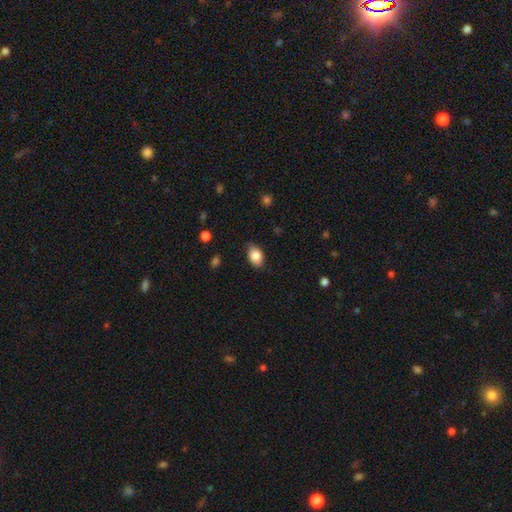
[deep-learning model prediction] A smooth galaxy with no disk features (82%) that is in between round and cigar-shaped (86%). Merging: none (76%).